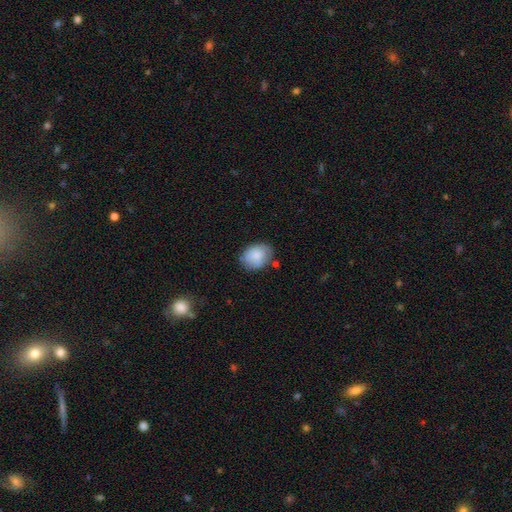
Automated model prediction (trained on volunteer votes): Q: Smooth or featured?
A: smooth (84%); runner-up: featured or disk (9%)
Q: How rounded?
A: in between (70%); runner-up: round (29%)
Q: Merging?
A: none (70%); runner-up: minor disturbance (21%)